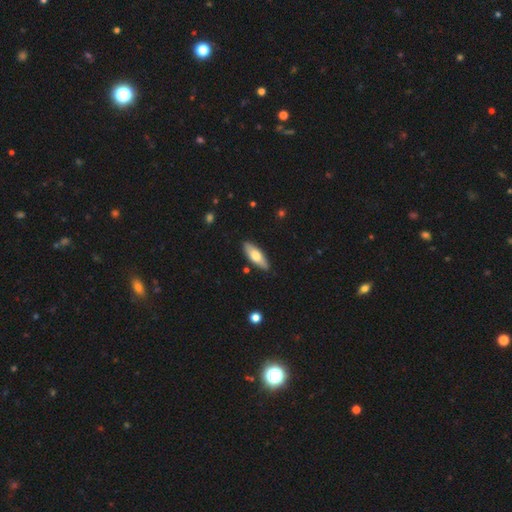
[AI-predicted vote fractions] smooth 66%, featured or disk 29%, star or artifact 5%. Down the decision tree: how rounded — in between (62%); merging — none (88%).